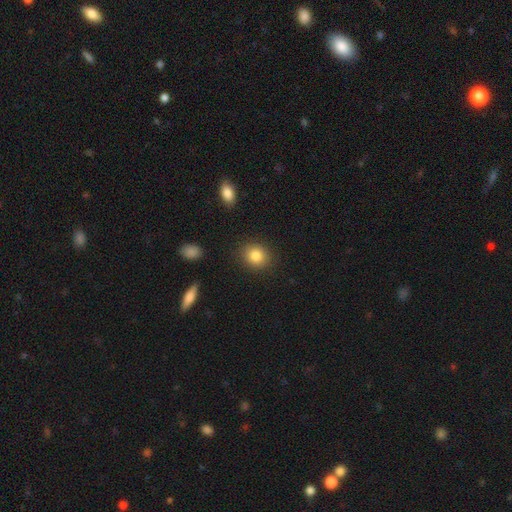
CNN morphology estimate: Smooth or featured? Predicted: smooth (p=0.84). How rounded? Predicted: round (p=0.73). Merging? Predicted: none (p=0.88).